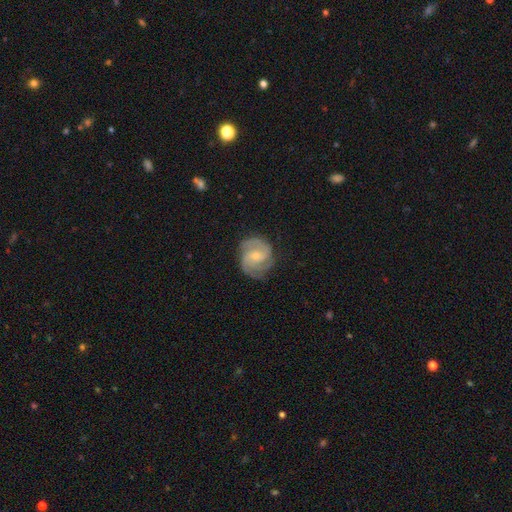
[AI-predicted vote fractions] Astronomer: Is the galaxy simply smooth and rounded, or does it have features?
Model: featured or disk — 87%.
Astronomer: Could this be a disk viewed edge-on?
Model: no — 98%.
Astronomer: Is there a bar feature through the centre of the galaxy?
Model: no — 57% (runner-up: weak, 36%).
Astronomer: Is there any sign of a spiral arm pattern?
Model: yes — 98%.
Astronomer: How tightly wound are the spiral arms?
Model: tight — 51% (runner-up: medium, 42%).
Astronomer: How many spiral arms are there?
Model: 3 — 46% (runner-up: 2, 29%).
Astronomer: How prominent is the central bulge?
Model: small — 64%.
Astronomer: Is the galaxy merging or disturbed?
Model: none — 76%.